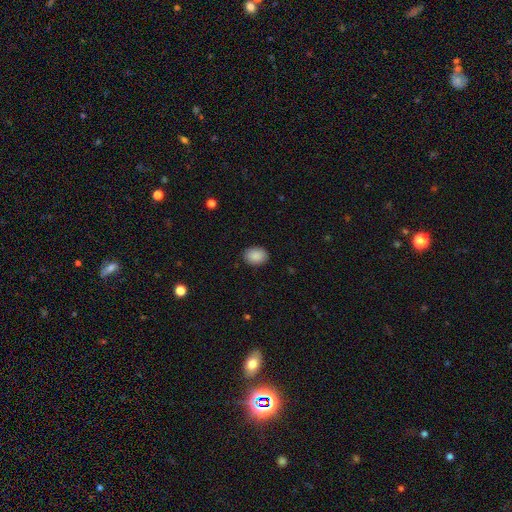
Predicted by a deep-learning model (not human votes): The model was most divided on "how rounded": in between: 68%, round: 32%, cigar-shaped: 1%. More confident: smooth or featured — smooth (90%); merging — none (89%).